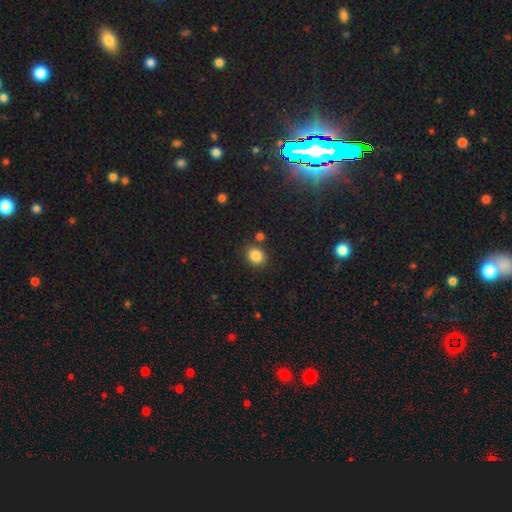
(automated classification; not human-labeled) Morphology: type=smooth (86%); roundness=round (56%); merging=none (81%).